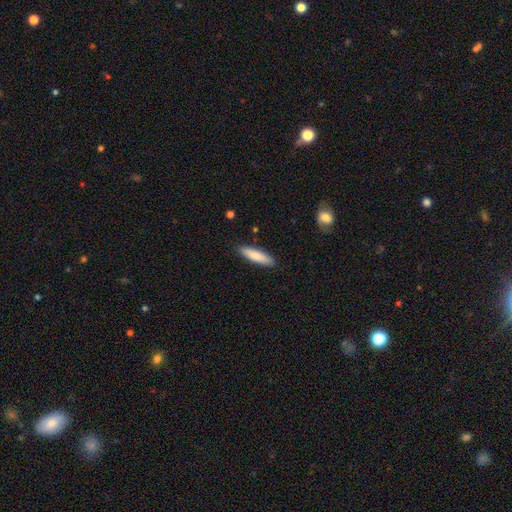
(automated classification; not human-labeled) Smooth or featured: smooth — 83% (featured or disk — 11%)
How rounded: cigar-shaped — 68% (in between — 30%)
Merging: none — 89% (minor disturbance — 8%)